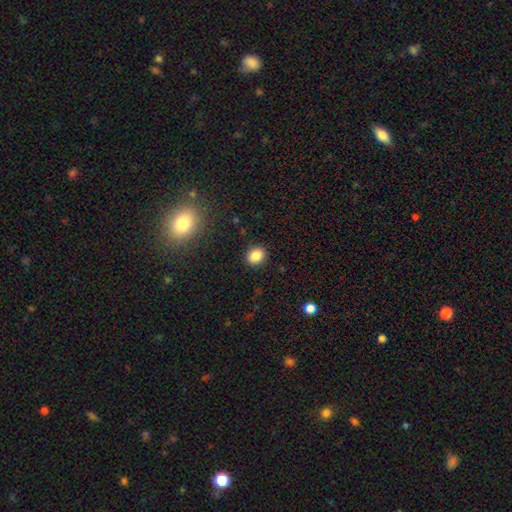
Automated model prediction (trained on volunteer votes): smooth 86%, star or artifact 10%, featured or disk 4%. Down the decision tree: how rounded — round (53%); merging — none (89%).